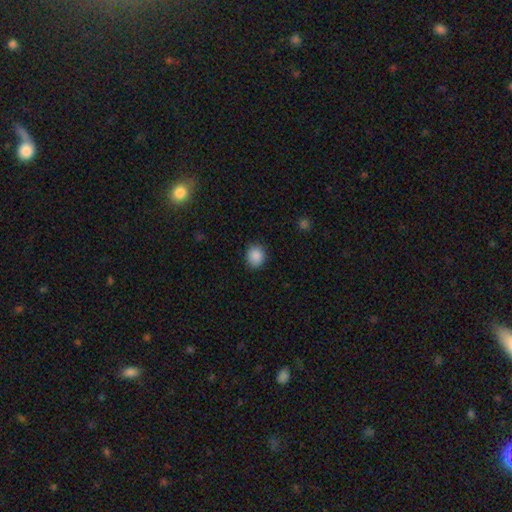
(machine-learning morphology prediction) Q: Smooth or featured?
A: smooth (89%); runner-up: star or artifact (8%)
Q: How rounded?
A: round (73%); runner-up: in between (26%)
Q: Merging?
A: none (86%); runner-up: minor disturbance (10%)